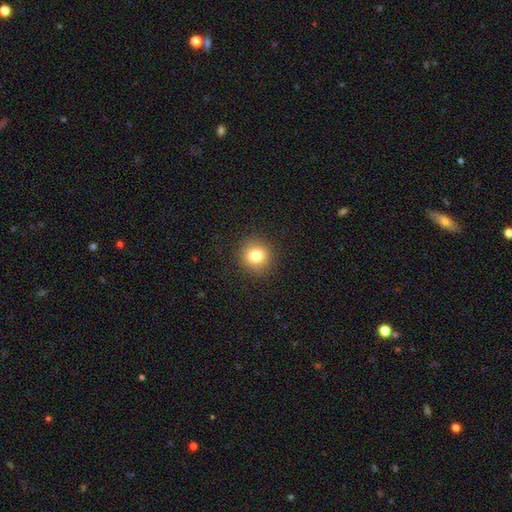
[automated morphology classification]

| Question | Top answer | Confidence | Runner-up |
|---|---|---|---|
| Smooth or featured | smooth | 82% | star or artifact (11%) |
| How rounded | round | 91% | in between (8%) |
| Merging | none | 91% | minor disturbance (6%) |